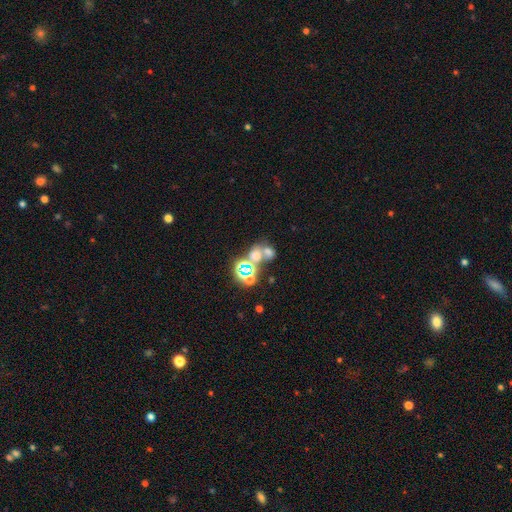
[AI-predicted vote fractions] smooth-or-featured: smooth: 45% | star or artifact: 35% | featured or disk: 20%
  merging: merger: 54% | none: 30% | major disturbance: 8% | minor disturbance: 8%